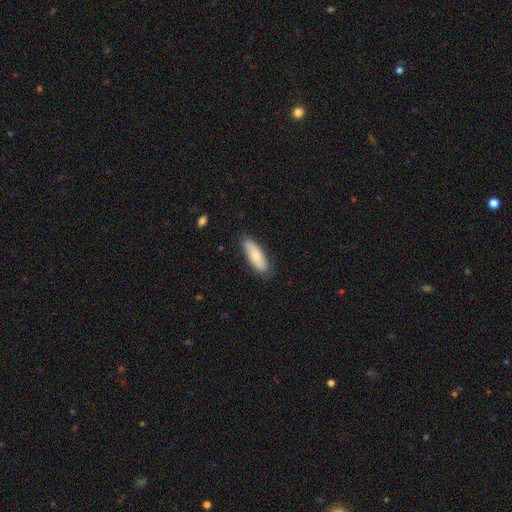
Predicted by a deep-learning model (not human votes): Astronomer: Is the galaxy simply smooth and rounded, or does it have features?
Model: smooth — 68%.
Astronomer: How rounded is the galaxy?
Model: in between — 69%.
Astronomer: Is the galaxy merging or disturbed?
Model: none — 76%.